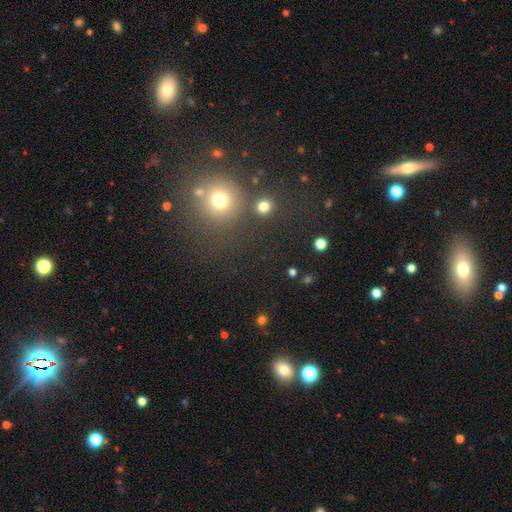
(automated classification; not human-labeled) A smooth galaxy with no disk features (49%).

Vote fractions:
- Smooth or featured? smooth: 49% / star or artifact: 41% / featured or disk: 10%
- Merging? none: 78% / minor disturbance: 9% / merger: 8% / major disturbance: 5%